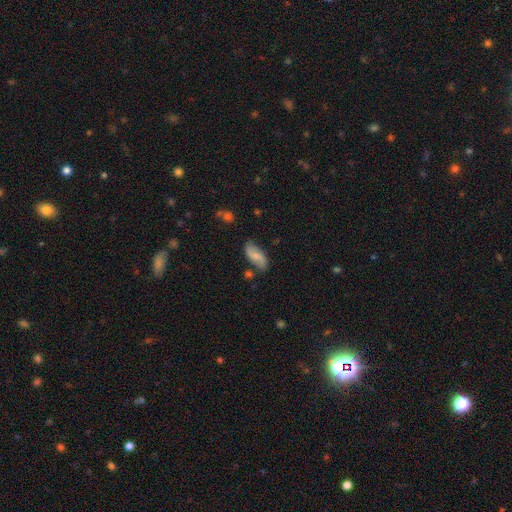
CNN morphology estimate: smooth_or_featured: smooth (p=0.49) [alt: featured or disk p=0.43]
merging: none (p=0.73) [alt: minor disturbance p=0.19]